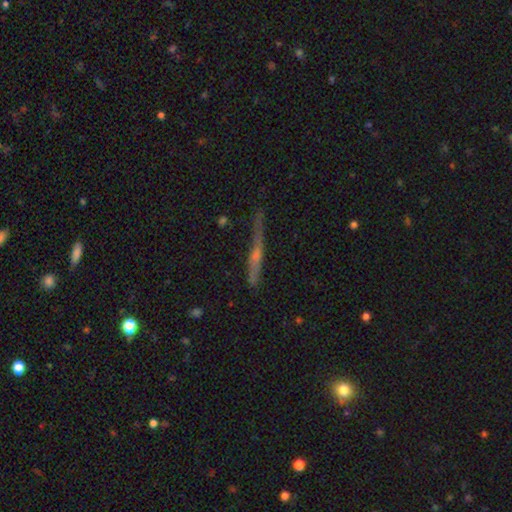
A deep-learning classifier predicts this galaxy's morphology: Overall: featured or disk (70%). Edge-on disk: yes (95%). Edge-on bulge: rounded (67%). Merging: none (76%).